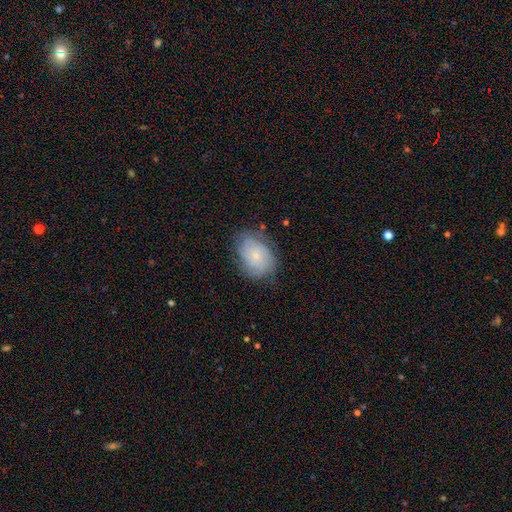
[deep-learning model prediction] Smooth or featured: featured or disk — 48% (smooth — 43%)
Merging: none — 69% (minor disturbance — 22%)